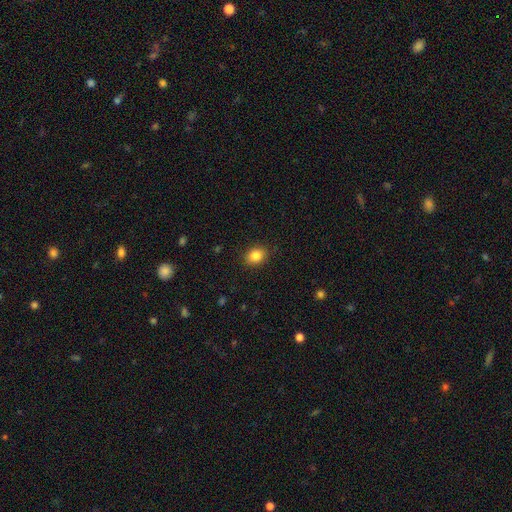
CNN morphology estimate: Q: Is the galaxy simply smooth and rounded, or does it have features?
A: smooth — 85%.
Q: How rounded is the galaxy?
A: round — 52%.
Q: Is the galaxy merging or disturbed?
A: none — 89%.